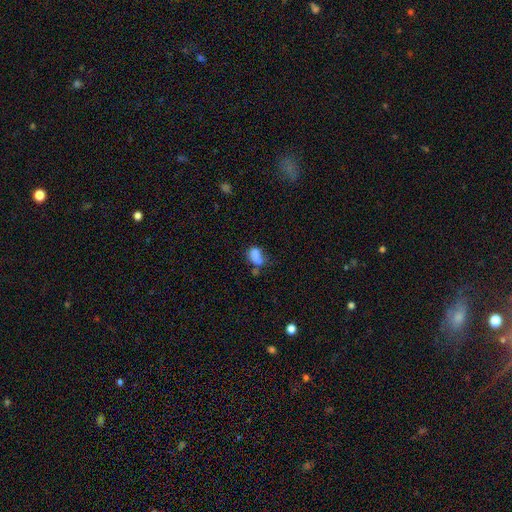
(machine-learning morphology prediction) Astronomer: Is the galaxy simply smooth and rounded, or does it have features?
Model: smooth — 77%.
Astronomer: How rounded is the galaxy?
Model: in between — 81%.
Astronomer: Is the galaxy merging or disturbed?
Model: none — 34% (runner-up: minor disturbance, 27%).